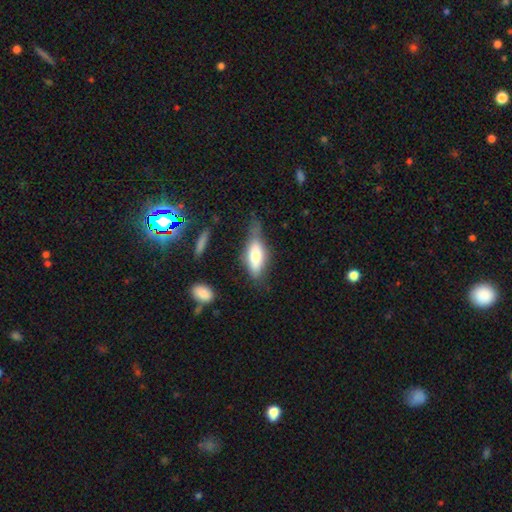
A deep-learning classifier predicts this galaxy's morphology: smooth_or_featured: smooth (p=0.60) [alt: featured or disk p=0.33]
how_rounded: in between (p=0.70) [alt: cigar-shaped p=0.27]
merging: none (p=0.44) [alt: minor disturbance p=0.33]